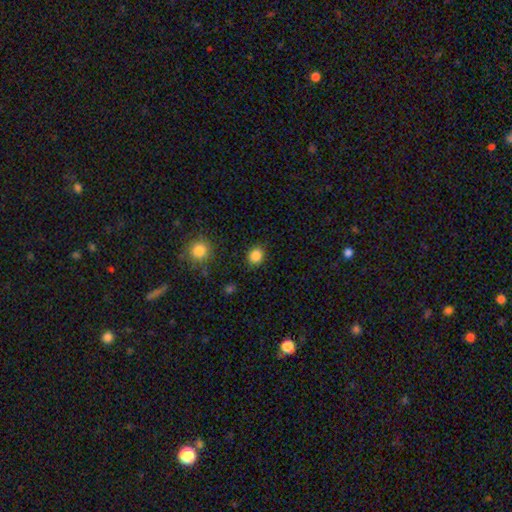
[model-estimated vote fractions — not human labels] A smooth galaxy with no disk features (86%) that is round (78%).

Vote fractions:
- Smooth or featured? smooth: 86% / star or artifact: 11% / featured or disk: 4%
- How rounded? round: 78% / in between: 22% / cigar-shaped: 1%
- Merging? none: 88% / minor disturbance: 8% / major disturbance: 3% / merger: 2%